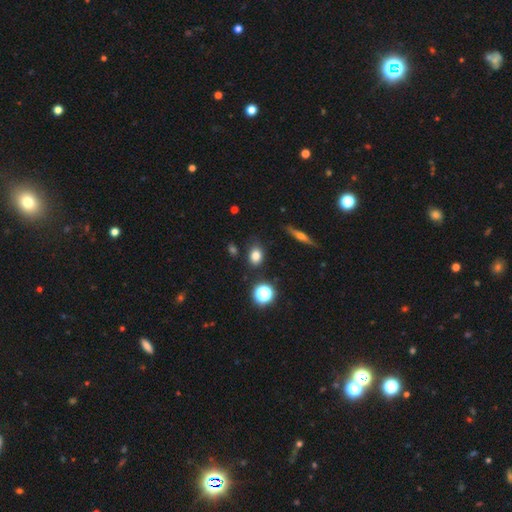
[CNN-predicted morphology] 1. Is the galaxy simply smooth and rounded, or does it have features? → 79% smooth, 13% star or artifact, 8% featured or disk.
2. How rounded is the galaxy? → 59% in between, 39% round, 2% cigar-shaped.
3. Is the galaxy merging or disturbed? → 82% none, 12% minor disturbance, 3% merger, 3% major disturbance.